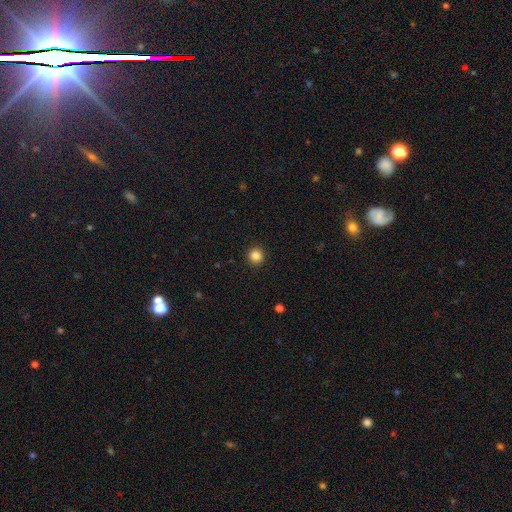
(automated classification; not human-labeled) smooth-or-featured: smooth: 85% | star or artifact: 11% | featured or disk: 3%
  how-rounded: round: 94% | in between: 5% | cigar-shaped: 1%
  merging: none: 92% | minor disturbance: 5% | major disturbance: 2% | merger: 1%